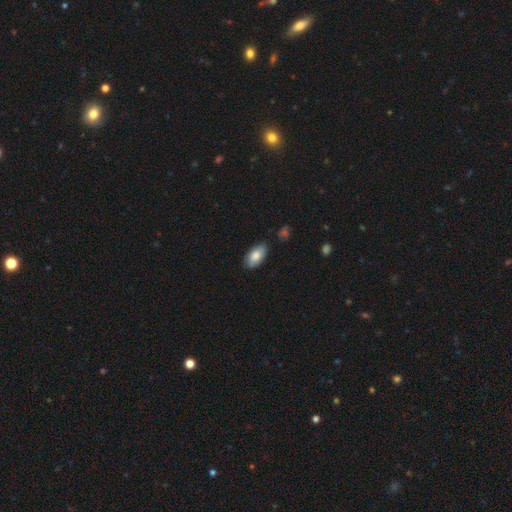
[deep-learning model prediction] Smooth or featured?
  - smooth: 80% *
  - featured or disk: 14%
  - star or artifact: 6%
How rounded?
  - in between: 94% *
  - cigar-shaped: 4%
  - round: 3%
Merging?
  - none: 82% *
  - minor disturbance: 14%
  - major disturbance: 2%
  - merger: 2%